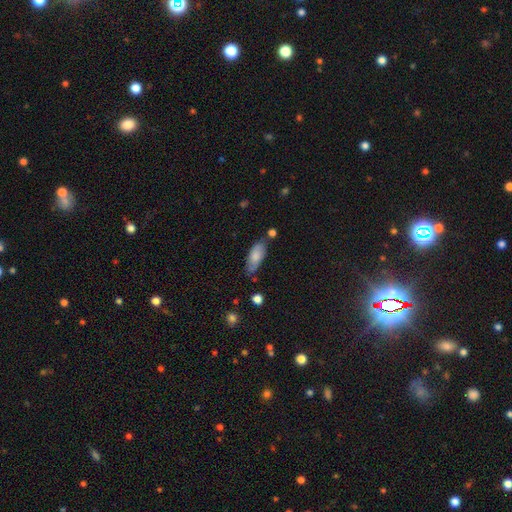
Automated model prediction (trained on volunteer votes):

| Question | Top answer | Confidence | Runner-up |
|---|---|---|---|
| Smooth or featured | smooth | 78% | featured or disk (16%) |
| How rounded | in between | 79% | cigar-shaped (19%) |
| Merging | none | 65% | minor disturbance (23%) |